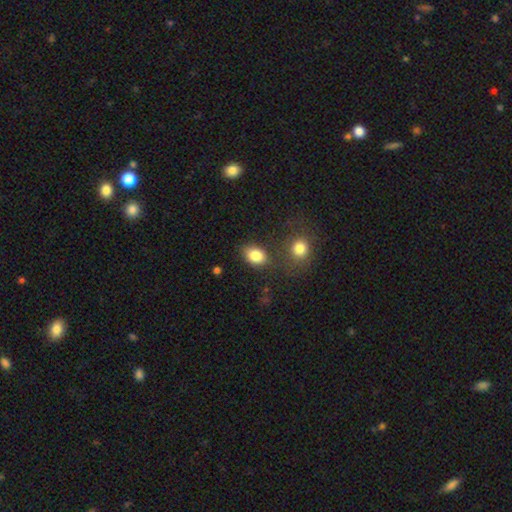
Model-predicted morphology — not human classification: A smooth galaxy with no disk features (85%) that is in between round and cigar-shaped (71%).

Vote fractions:
- Smooth or featured? smooth: 85% / star or artifact: 9% / featured or disk: 6%
- How rounded? in between: 71% / round: 27% / cigar-shaped: 1%
- Merging? none: 71% / minor disturbance: 14% / merger: 11% / major disturbance: 5%